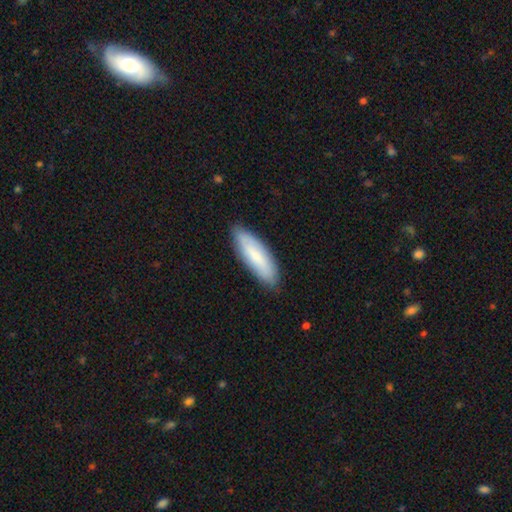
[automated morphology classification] Smooth or featured?
  - smooth: 74% *
  - featured or disk: 21%
  - star or artifact: 6%
How rounded?
  - in between: 49% * (tied)
  - cigar-shaped: 49% * (tied)
  - round: 1%
Merging?
  - none: 85% *
  - minor disturbance: 12%
  - major disturbance: 2%
  - merger: 1%